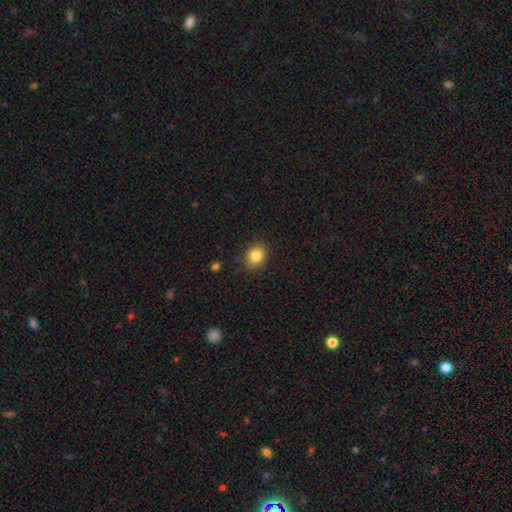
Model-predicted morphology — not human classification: Smooth or featured?
  - smooth: 85% *
  - star or artifact: 10%
  - featured or disk: 6%
How rounded?
  - round: 59% *
  - in between: 40%
  - cigar-shaped: 1%
Merging?
  - none: 87% *
  - minor disturbance: 9%
  - major disturbance: 2%
  - merger: 1%